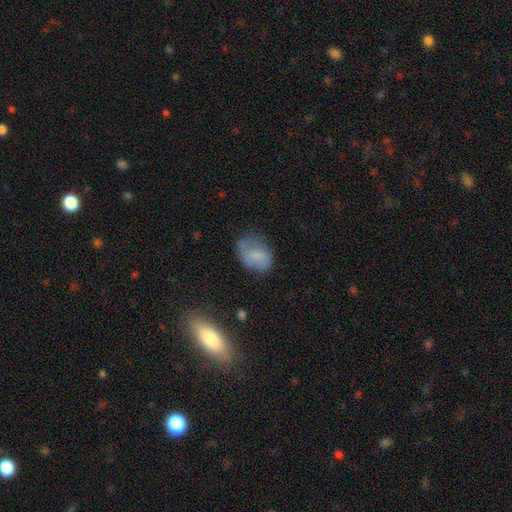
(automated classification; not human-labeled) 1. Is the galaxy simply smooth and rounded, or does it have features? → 72% smooth, 18% featured or disk, 10% star or artifact.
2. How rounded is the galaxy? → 76% in between, 22% round, 1% cigar-shaped.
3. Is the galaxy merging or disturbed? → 57% none, 28% minor disturbance, 12% major disturbance, 2% merger.